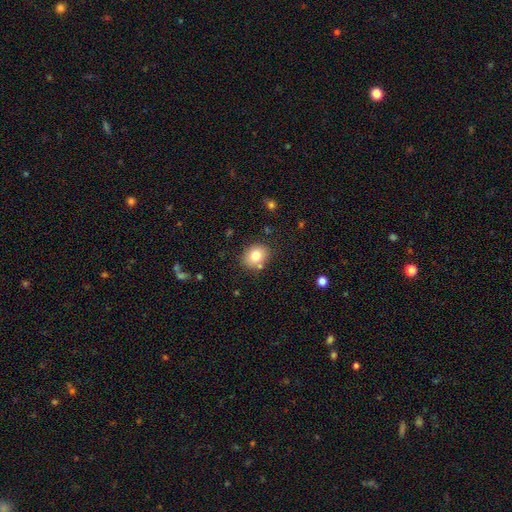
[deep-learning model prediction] This is likely a smooth galaxy (78%). How rounded: possibly round (59%). Merging: clearly none (80%).